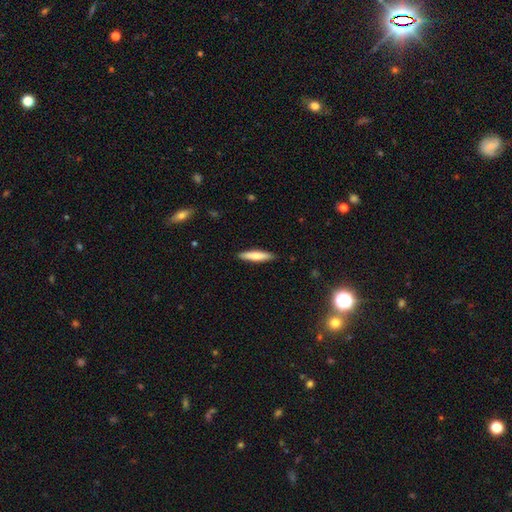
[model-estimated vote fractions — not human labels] smooth-or-featured: smooth: 71% | featured or disk: 23% | star or artifact: 5%
  how-rounded: cigar-shaped: 84% | in between: 14% | round: 1%
  merging: none: 90% | minor disturbance: 7% | major disturbance: 1% | merger: 1%